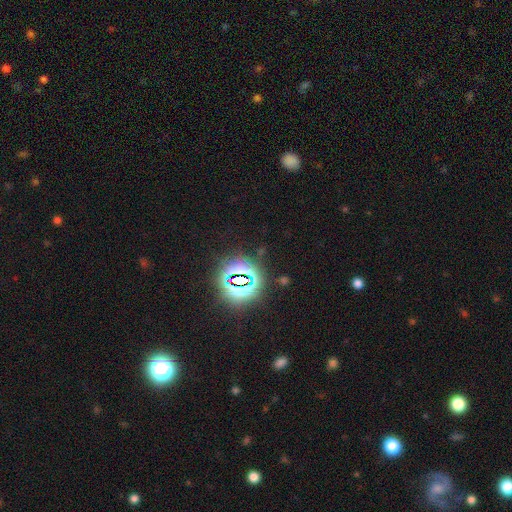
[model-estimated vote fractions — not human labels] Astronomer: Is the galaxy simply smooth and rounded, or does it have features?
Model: star or artifact — 79%.